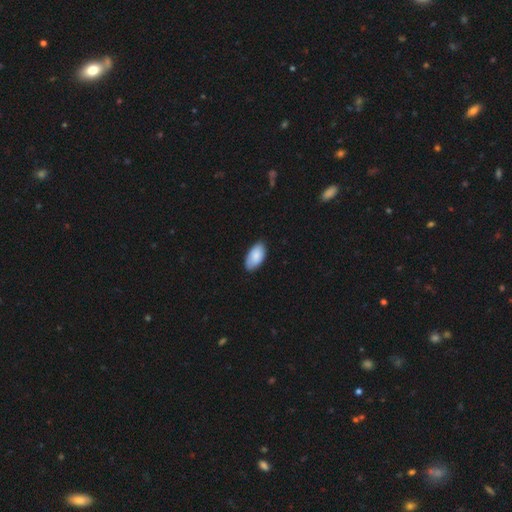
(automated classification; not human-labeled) This is clearly a smooth galaxy (86%). How rounded: clearly in between (96%). Merging: clearly none (82%).